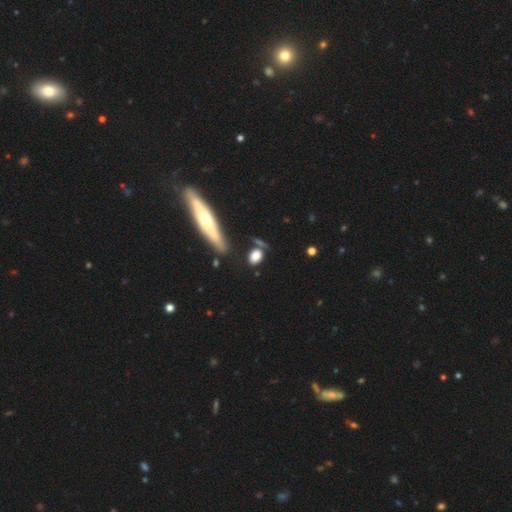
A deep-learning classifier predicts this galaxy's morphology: A smooth galaxy with no disk features (79%) that is in between round and cigar-shaped (62%).

Vote fractions:
- Smooth or featured? smooth: 79% / featured or disk: 11% / star or artifact: 10%
- How rounded? in between: 62% / round: 29% / cigar-shaped: 9%
- Merging? none: 67% / minor disturbance: 16% / merger: 11% / major disturbance: 7%